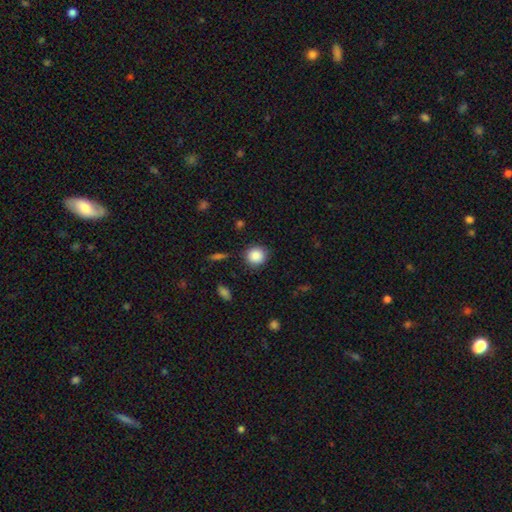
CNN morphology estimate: Q: Smooth or featured?
A: smooth (87%); runner-up: star or artifact (9%)
Q: How rounded?
A: round (90%); runner-up: in between (9%)
Q: Merging?
A: none (87%); runner-up: minor disturbance (9%)